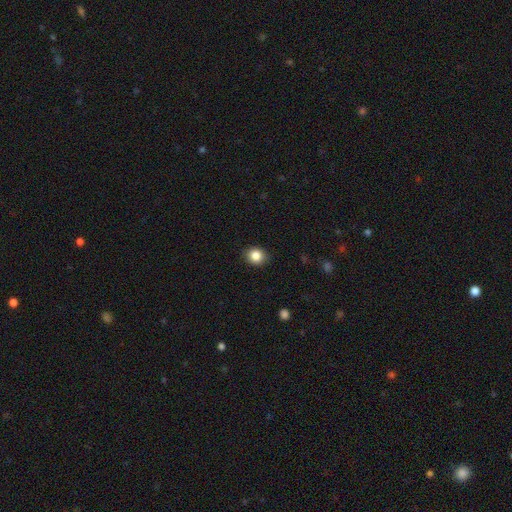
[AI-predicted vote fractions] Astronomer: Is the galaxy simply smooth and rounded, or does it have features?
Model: smooth — 85%.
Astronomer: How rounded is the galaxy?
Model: round — 73%.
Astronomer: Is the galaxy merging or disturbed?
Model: none — 89%.